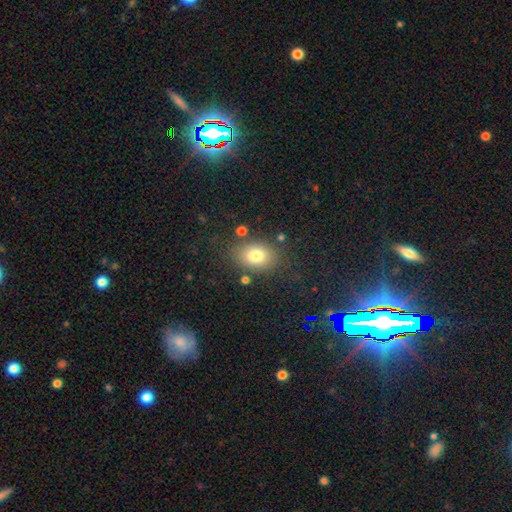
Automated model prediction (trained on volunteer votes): Smooth or featured: smooth — 79% (star or artifact — 11%)
How rounded: in between — 69% (round — 30%)
Merging: none — 78% (minor disturbance — 13%)